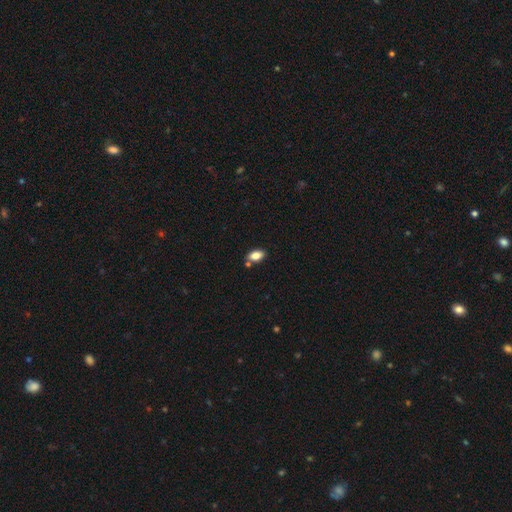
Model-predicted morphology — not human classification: Smooth or featured?
  - smooth: 83% *
  - featured or disk: 9%
  - star or artifact: 8%
How rounded?
  - in between: 91% *
  - round: 6%
  - cigar-shaped: 3%
Merging?
  - none: 75% *
  - minor disturbance: 12%
  - merger: 10%
  - major disturbance: 3%